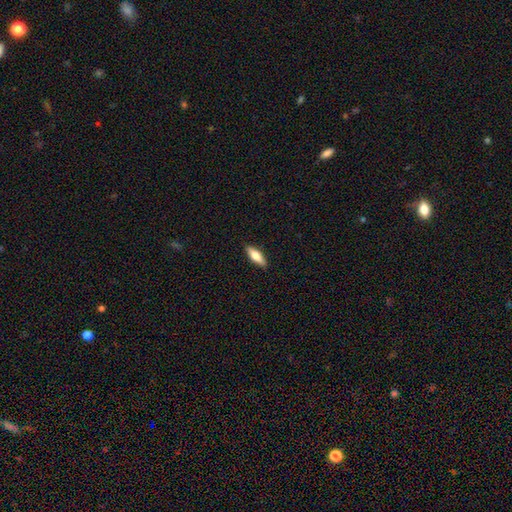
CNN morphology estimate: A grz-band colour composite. It shows a smooth galaxy with no disk features (64%) that is in between round and cigar-shaped (52%). Merging: none (90%).